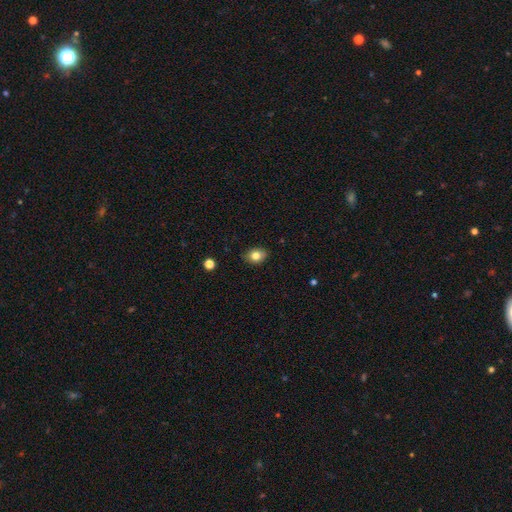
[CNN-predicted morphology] Q: Smooth or featured?
A: smooth (80%); runner-up: featured or disk (11%)
Q: How rounded?
A: in between (66%); runner-up: round (32%)
Q: Merging?
A: none (84%); runner-up: minor disturbance (13%)